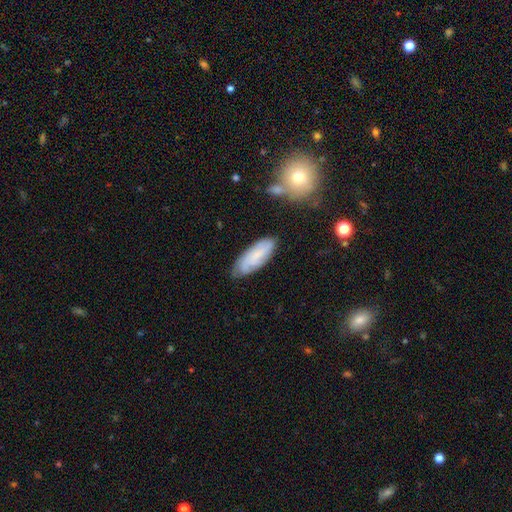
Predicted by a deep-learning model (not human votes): smooth 48%, featured or disk 45%, star or artifact 8%. Down the decision tree: merging — none (72%).